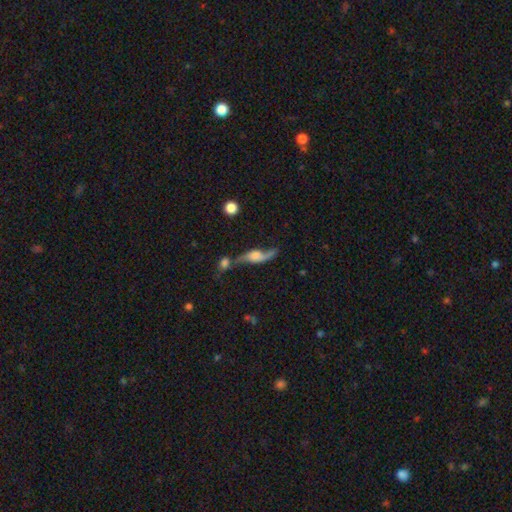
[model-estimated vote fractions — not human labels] Smooth or featured? Predicted: featured or disk (p=0.75). Edge-on disk? Predicted: no (p=0.73). Bar? Predicted: no (p=0.61). Spiral arms? Predicted: yes (p=0.91). Bulge size? Predicted: moderate (p=0.32). Merging? Predicted: none (p=0.43).